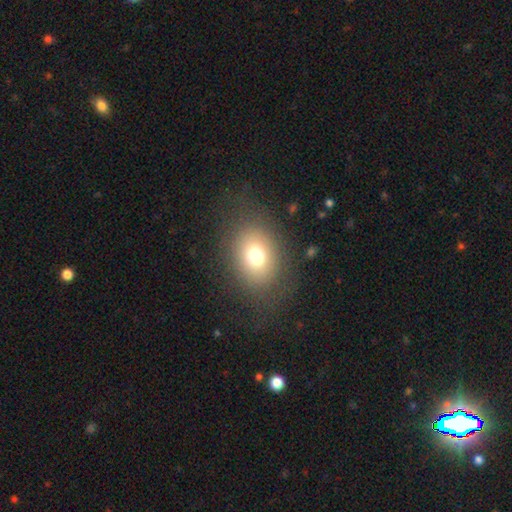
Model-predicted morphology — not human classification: smooth 73%, star or artifact 14%, featured or disk 13%. Down the decision tree: how rounded — in between (57%); merging — none (79%).